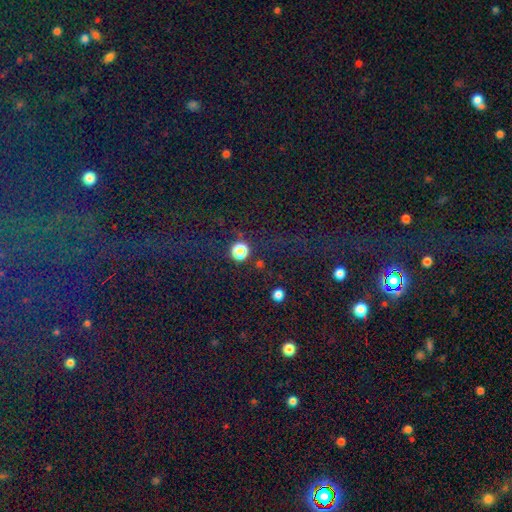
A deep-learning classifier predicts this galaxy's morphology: star or artifact 77%, smooth 14%, featured or disk 9%.